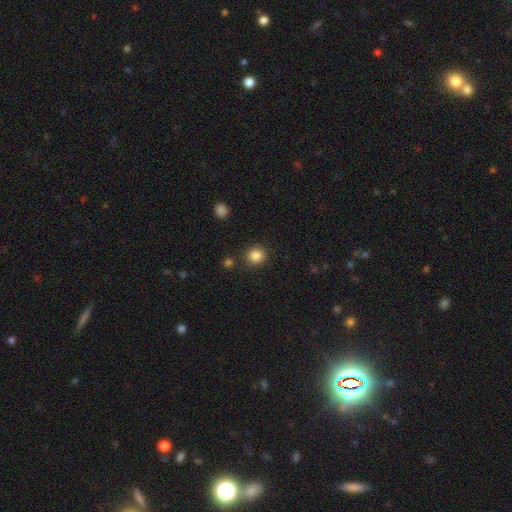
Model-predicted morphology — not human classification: smooth_or_featured: smooth (p=0.86) [alt: star or artifact p=0.11]
how_rounded: round (p=0.86) [alt: in between p=0.13]
merging: none (p=0.87) [alt: minor disturbance p=0.07]